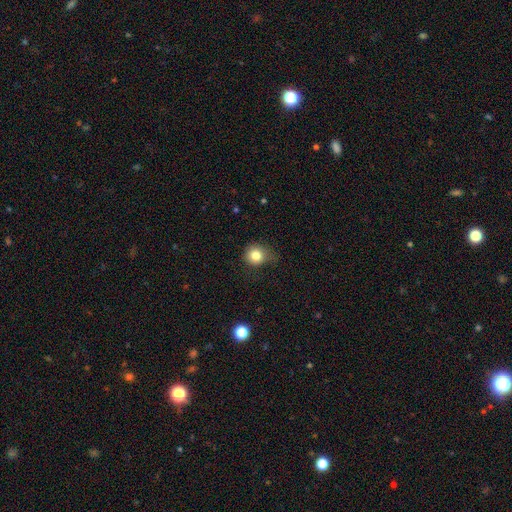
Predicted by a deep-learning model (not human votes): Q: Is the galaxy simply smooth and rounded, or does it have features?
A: smooth — 81%.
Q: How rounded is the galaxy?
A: round — 86%.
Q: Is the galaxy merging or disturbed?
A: none — 58%.